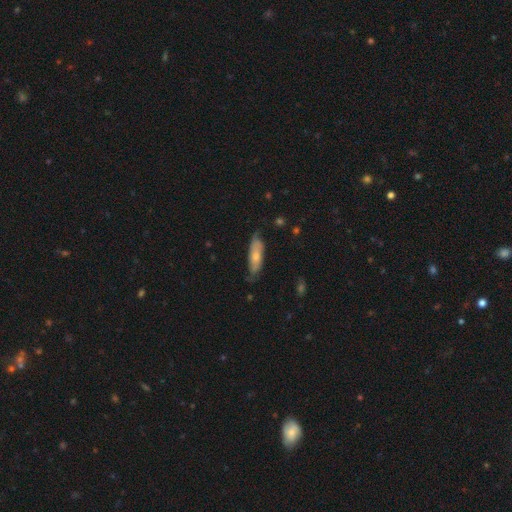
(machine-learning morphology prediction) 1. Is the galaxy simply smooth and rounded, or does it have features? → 56% smooth, 38% featured or disk, 6% star or artifact.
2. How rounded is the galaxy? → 54% in between, 44% cigar-shaped, 2% round.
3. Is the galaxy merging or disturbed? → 64% none, 28% minor disturbance, 7% major disturbance, 2% merger.